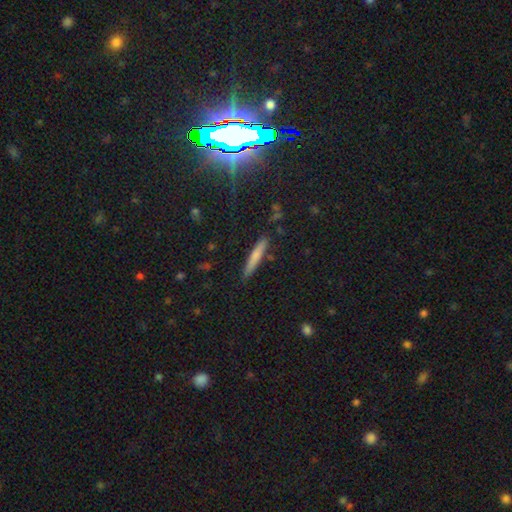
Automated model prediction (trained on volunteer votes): Morphology: type=smooth (73%); roundness=cigar-shaped (93%); merging=none (86%).